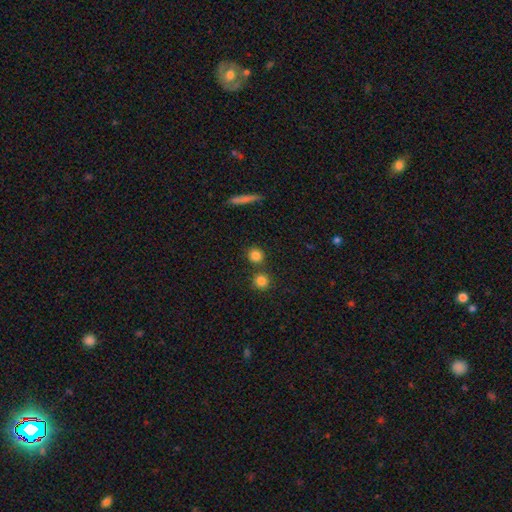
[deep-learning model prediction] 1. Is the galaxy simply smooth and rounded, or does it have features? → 83% smooth, 11% star or artifact, 6% featured or disk.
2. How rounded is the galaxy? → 89% round, 9% in between, 2% cigar-shaped.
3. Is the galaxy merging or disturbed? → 74% none, 16% merger, 7% minor disturbance, 3% major disturbance.